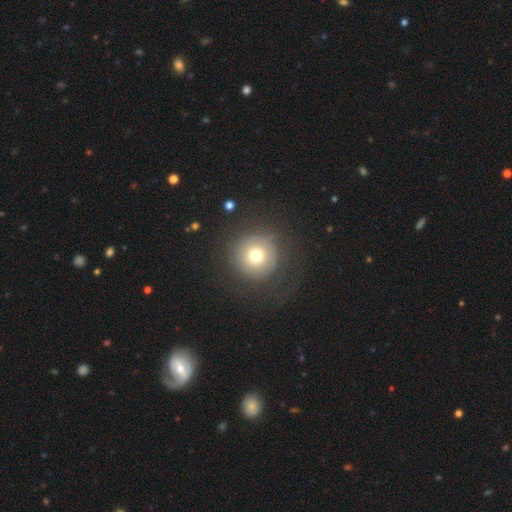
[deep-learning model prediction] Q: Smooth or featured?
A: smooth (66%); runner-up: featured or disk (21%)
Q: How rounded?
A: round (95%); runner-up: in between (4%)
Q: Merging?
A: none (71%); runner-up: major disturbance (14%)